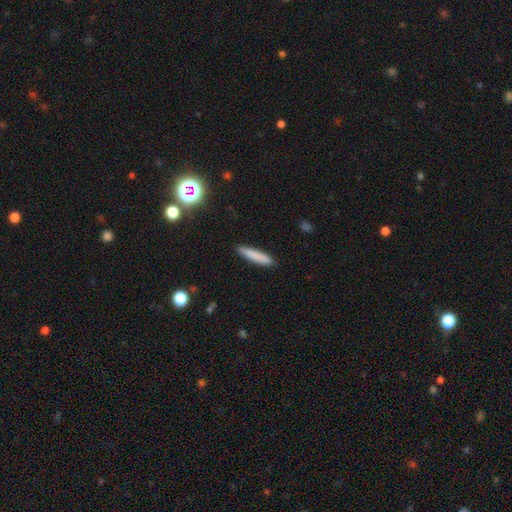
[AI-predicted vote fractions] Morphology: type=smooth (82%); roundness=cigar-shaped (90%); merging=none (89%).